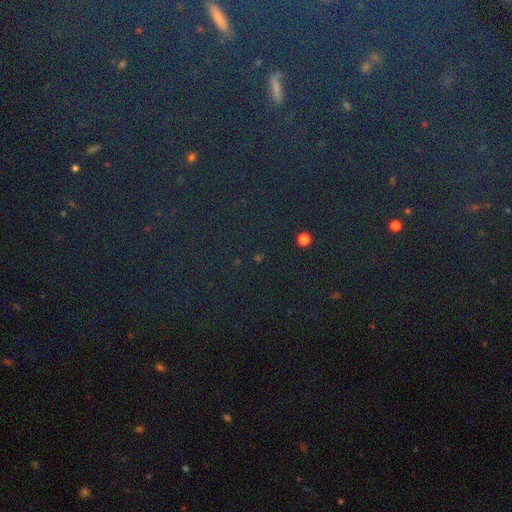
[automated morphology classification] smooth-or-featured: star or artifact: 81% | smooth: 10% | featured or disk: 9%